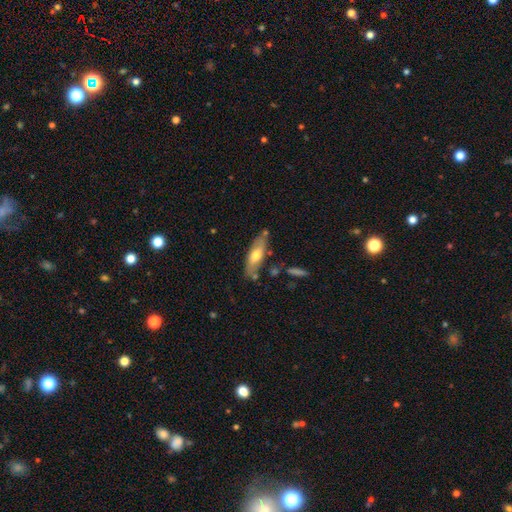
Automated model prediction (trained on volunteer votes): smooth-or-featured: smooth: 56% | featured or disk: 38% | star or artifact: 6%
  how-rounded: in between: 62% | cigar-shaped: 36% | round: 2%
  merging: none: 71% | minor disturbance: 18% | merger: 7% | major disturbance: 4%